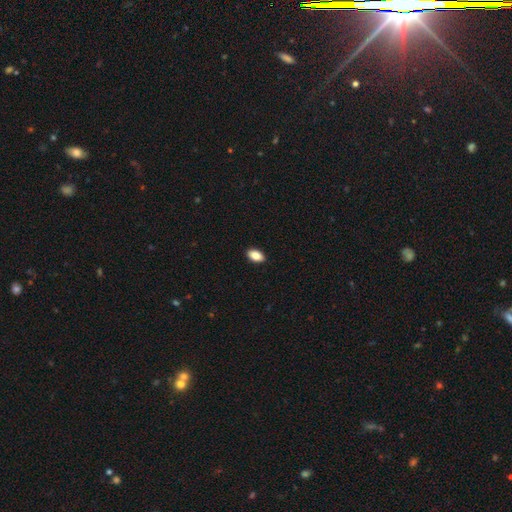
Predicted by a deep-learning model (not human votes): Smooth or featured?
  - smooth: 86% *
  - star or artifact: 8%
  - featured or disk: 6%
How rounded?
  - in between: 92% *
  - round: 6%
  - cigar-shaped: 2%
Merging?
  - none: 91% *
  - minor disturbance: 7%
  - major disturbance: 2%
  - merger: 1%